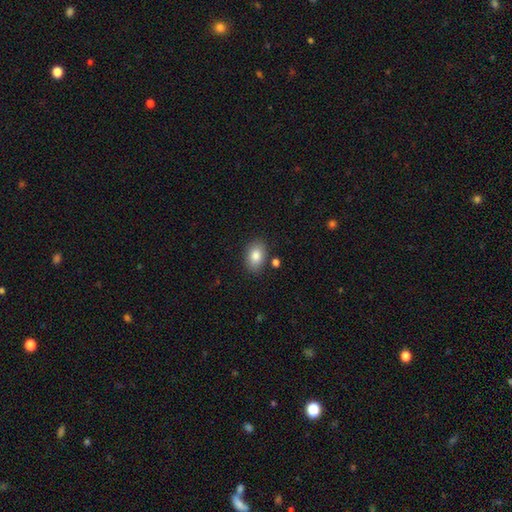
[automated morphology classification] Overall: smooth (84%). How rounded: in between (85%). Merging: none (82%).